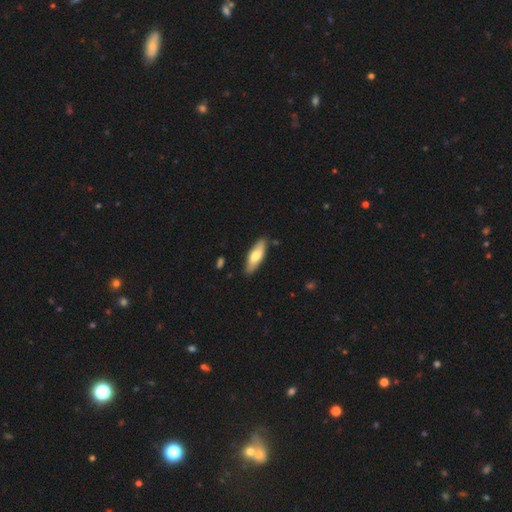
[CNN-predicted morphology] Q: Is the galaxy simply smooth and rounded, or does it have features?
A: smooth — 66%.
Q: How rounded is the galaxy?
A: in between — 57%.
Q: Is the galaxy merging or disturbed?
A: none — 85%.